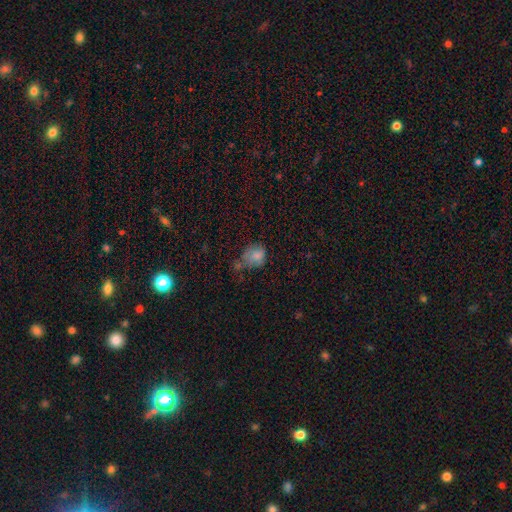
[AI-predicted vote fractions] The model was most divided on "merging": none: 36%, minor disturbance: 30%, major disturbance: 17%, merger: 17%. More confident: smooth or featured — smooth (77%); how rounded — round (55%).